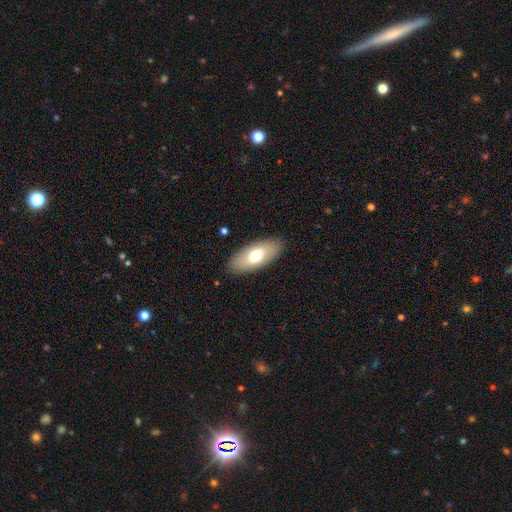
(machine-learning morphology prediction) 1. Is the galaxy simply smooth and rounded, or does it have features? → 68% smooth, 26% featured or disk, 6% star or artifact.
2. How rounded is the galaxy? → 86% in between, 12% cigar-shaped, 2% round.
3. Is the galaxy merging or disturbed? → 88% none, 9% minor disturbance, 2% major disturbance, 1% merger.